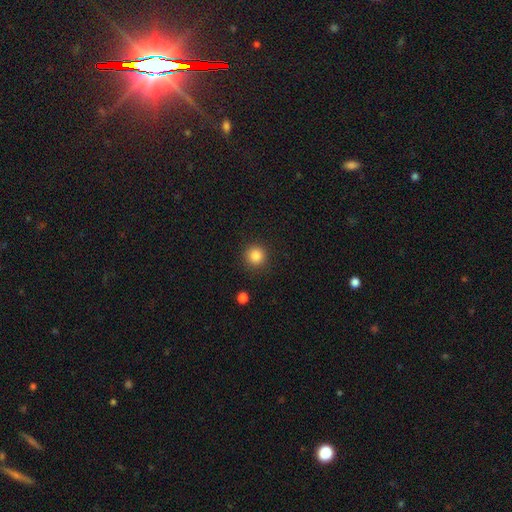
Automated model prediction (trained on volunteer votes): This is clearly a smooth galaxy (85%). How rounded: clearly round (95%). Merging: clearly none (90%).